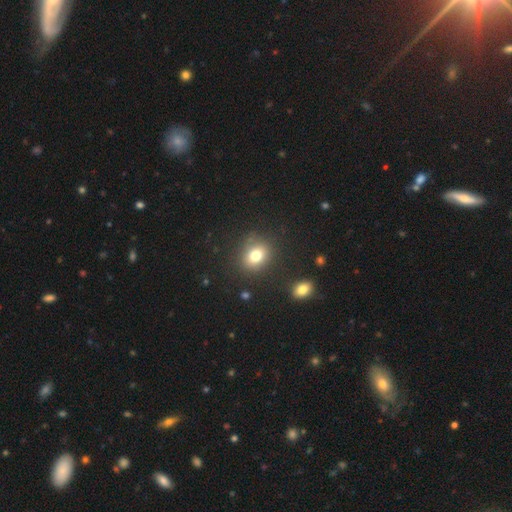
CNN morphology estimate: Overall: smooth (77%). How rounded: round (61%; in between 38%). Merging: none (83%).